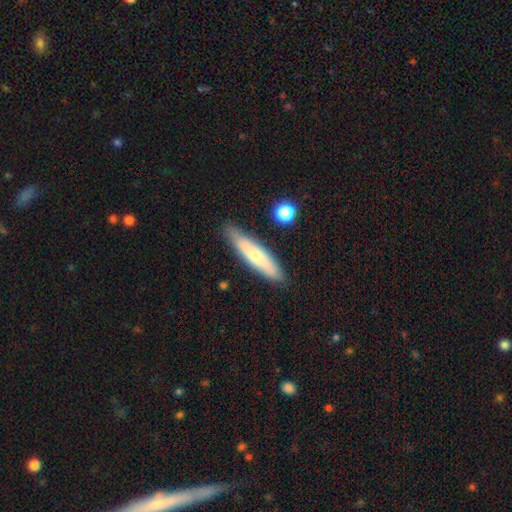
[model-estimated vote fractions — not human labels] A smooth galaxy with no disk features (64%) that is cigar-shaped (82%).

Vote fractions:
- Smooth or featured? smooth: 64% / featured or disk: 30% / star or artifact: 6%
- How rounded? cigar-shaped: 82% / in between: 16% / round: 1%
- Merging? none: 82% / minor disturbance: 13% / major disturbance: 2% / merger: 2%